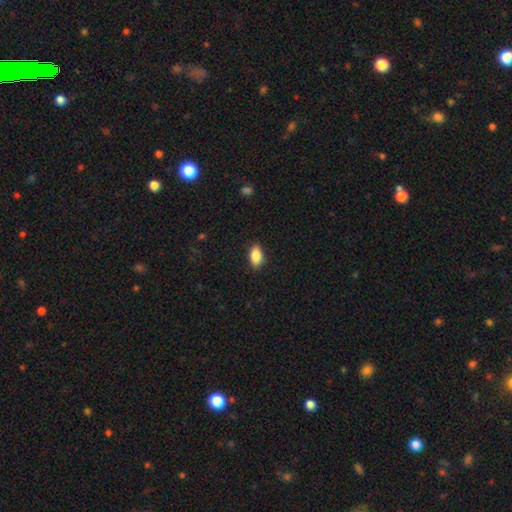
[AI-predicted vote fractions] Smooth or featured? smooth (86%)
How rounded? in between (90%)
Merging? none (88%)